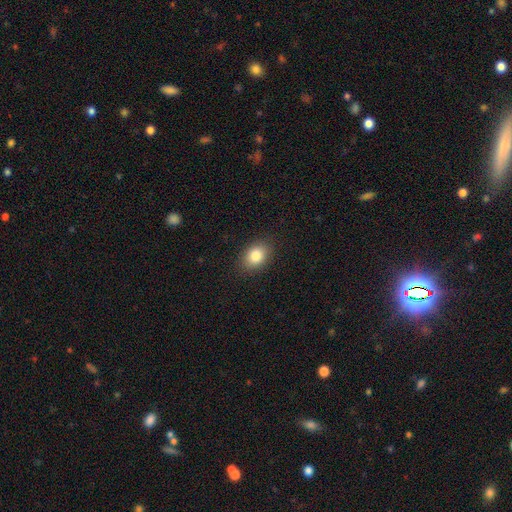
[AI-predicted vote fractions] Smooth or featured?
  - smooth: 84% *
  - star or artifact: 9%
  - featured or disk: 8%
How rounded?
  - in between: 73% *
  - round: 26%
  - cigar-shaped: 1%
Merging?
  - none: 87% *
  - minor disturbance: 9%
  - major disturbance: 3%
  - merger: 1%